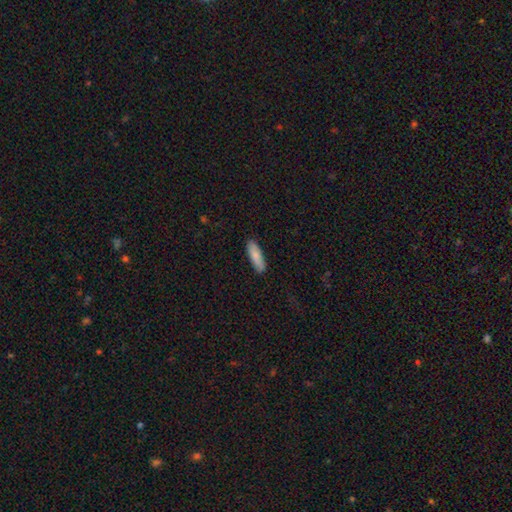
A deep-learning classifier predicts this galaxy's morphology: smooth_or_featured: smooth (p=0.84) [alt: featured or disk p=0.10]
how_rounded: cigar-shaped (p=0.50) [alt: in between p=0.48]
merging: none (p=0.88) [alt: minor disturbance p=0.09]